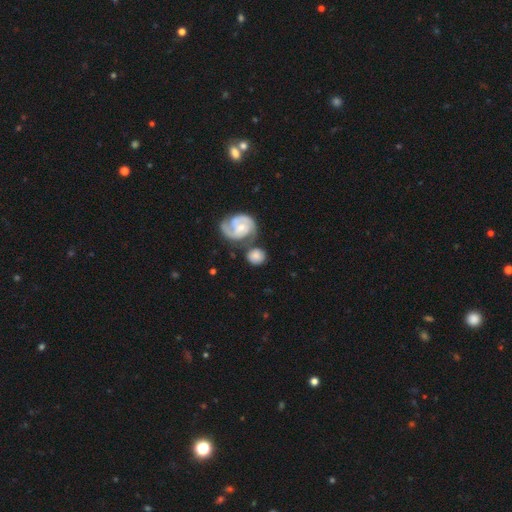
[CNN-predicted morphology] This is possibly a smooth galaxy (53%). How rounded: likely round (80%). Merging: possibly none (49%).